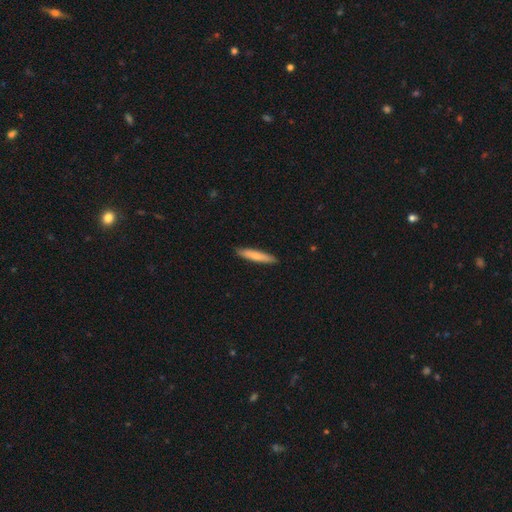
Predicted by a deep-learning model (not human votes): smooth-or-featured: smooth: 76% | featured or disk: 19% | star or artifact: 5%
  how-rounded: cigar-shaped: 91% | in between: 8% | round: 1%
  merging: none: 90% | minor disturbance: 7% | major disturbance: 1% | merger: 1%